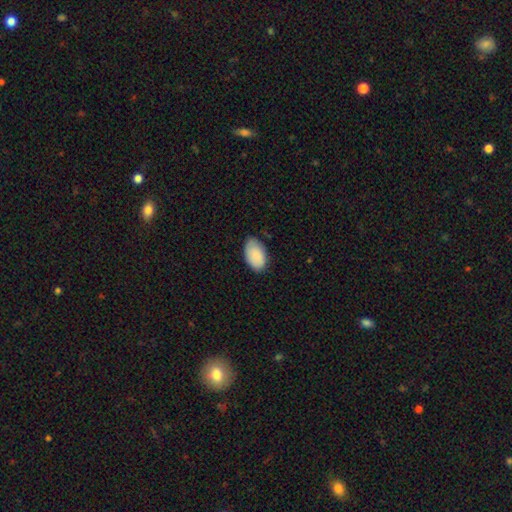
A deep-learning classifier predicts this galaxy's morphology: Smooth or featured?
  - smooth: 88% *
  - featured or disk: 6%
  - star or artifact: 6%
How rounded?
  - in between: 94% *
  - round: 4%
  - cigar-shaped: 1%
Merging?
  - none: 74% *
  - minor disturbance: 22%
  - major disturbance: 3%
  - merger: 1%